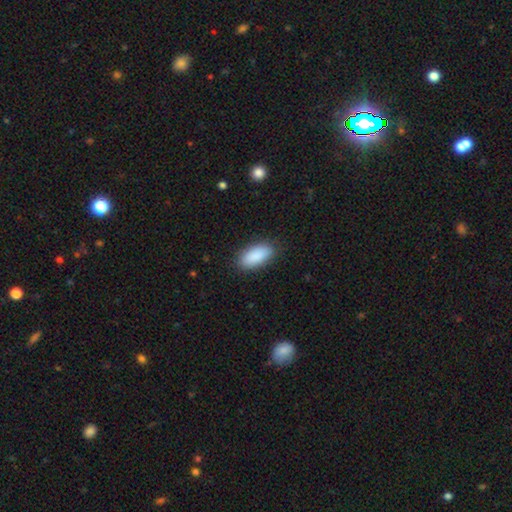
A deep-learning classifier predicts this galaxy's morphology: Overall: smooth (90%). How rounded: in between (89%). Merging: none (86%).